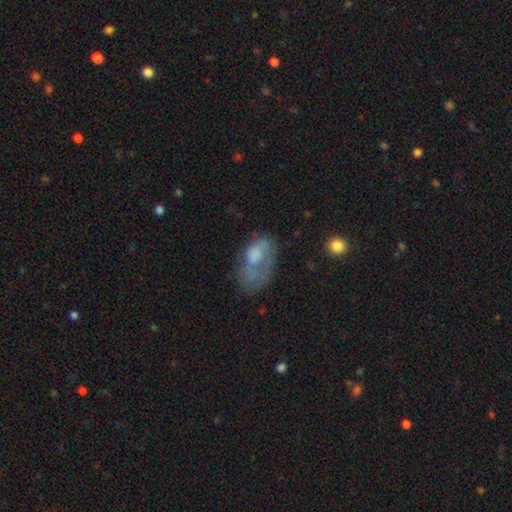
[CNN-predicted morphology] The model was most divided on "merging": major disturbance: 39%, none: 31%, minor disturbance: 25%, merger: 5%. More confident: how rounded — in between (89%); smooth or featured — smooth (52%).